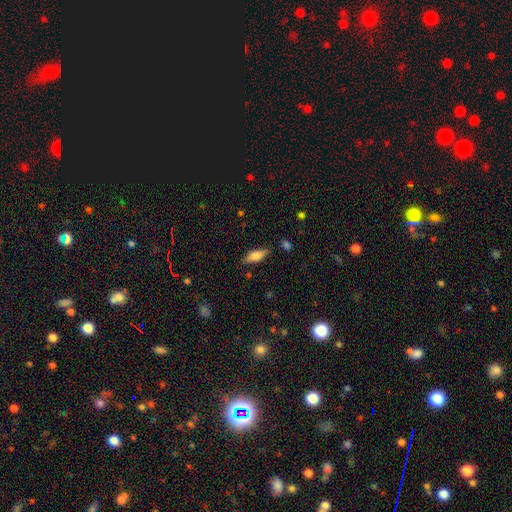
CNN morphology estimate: Smooth or featured? smooth (74%)
How rounded? in between (69%)
Merging? none (79%)